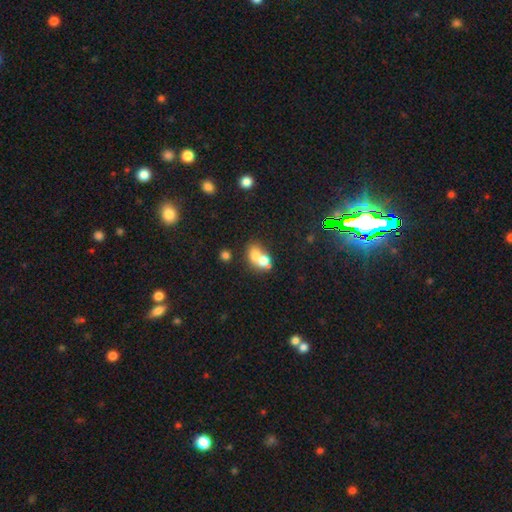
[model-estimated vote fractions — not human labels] Overall: smooth (67%). How rounded: in between (50%; round 49%). Merging: merger (63%; none 25%).